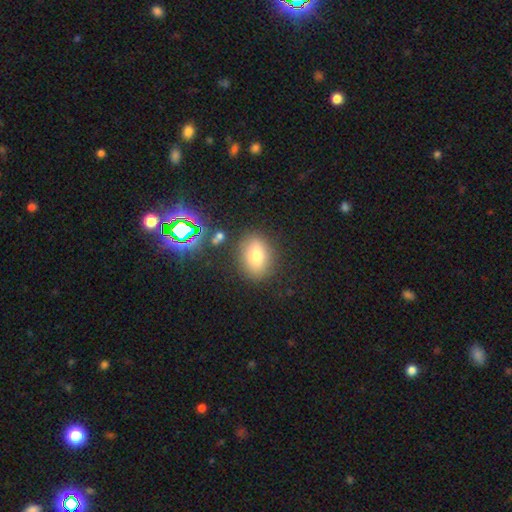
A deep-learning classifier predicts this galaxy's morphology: Q: Smooth or featured?
A: smooth (71%); runner-up: star or artifact (16%)
Q: How rounded?
A: in between (77%); runner-up: round (20%)
Q: Merging?
A: none (82%); runner-up: minor disturbance (11%)